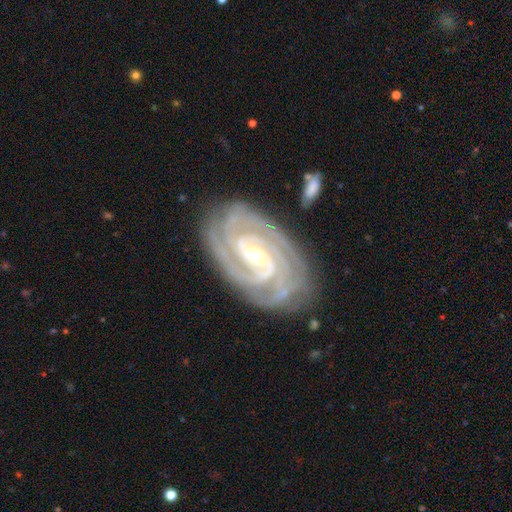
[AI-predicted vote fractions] smooth_or_featured: featured or disk (p=0.92) [alt: star or artifact p=0.05]
disk_edge_on: no (p=0.97) [alt: yes p=0.03]
bar: weak (p=0.40) [alt: strong p=0.31]
has_spiral_arms: yes (p=0.99) [alt: no p=0.01]
spiral_winding: tight (p=0.79) [alt: medium p=0.19]
spiral_arm_count: 3 (p=0.29) [alt: 2 p=0.24]
bulge_size: small (p=0.64) [alt: moderate p=0.33]
merging: none (p=0.81) [alt: minor disturbance p=0.14]